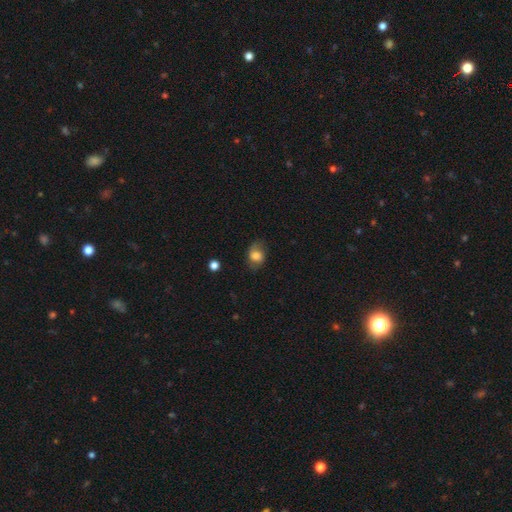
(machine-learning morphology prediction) This is likely a smooth galaxy (70%). How rounded: possibly in between (56%). Merging: likely none (62%).